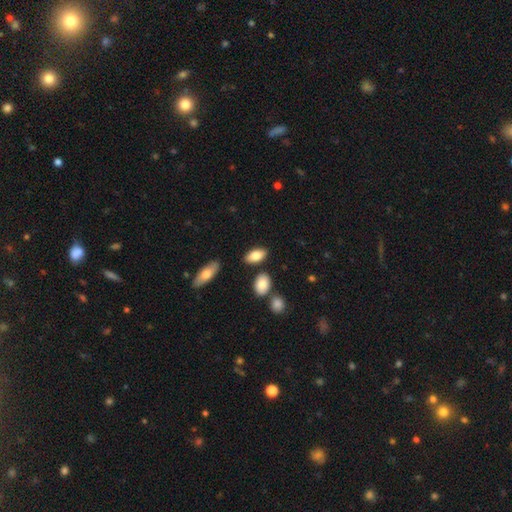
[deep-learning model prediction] Smooth or featured?
  - smooth: 80% *
  - featured or disk: 14%
  - star or artifact: 6%
How rounded?
  - in between: 90% *
  - cigar-shaped: 6%
  - round: 3%
Merging?
  - none: 81% *
  - minor disturbance: 11%
  - merger: 5%
  - major disturbance: 3%